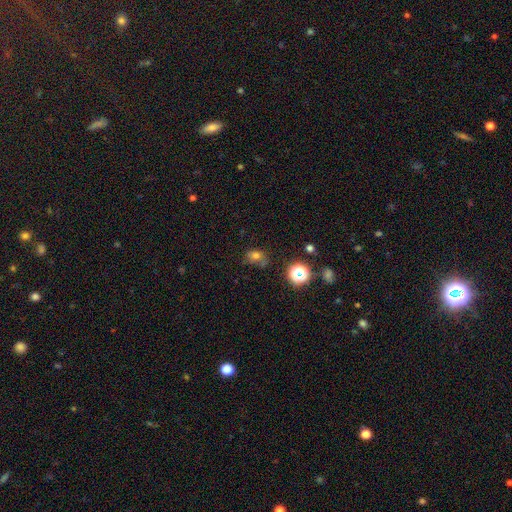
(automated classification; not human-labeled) smooth 65%, star or artifact 22%, featured or disk 12%. Down the decision tree: how rounded — in between (52%); merging — none (51%).